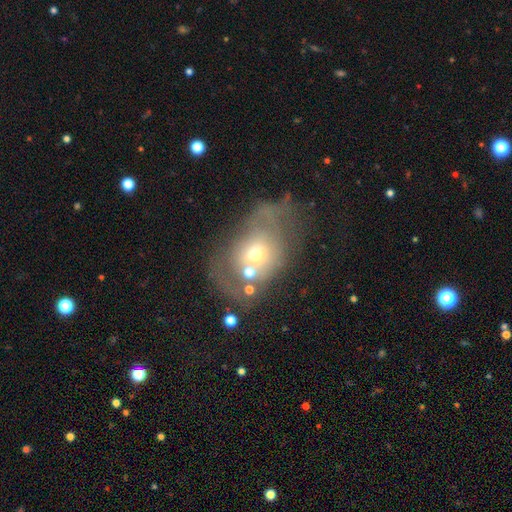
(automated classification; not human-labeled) smooth-or-featured: featured or disk: 45% | smooth: 42% | star or artifact: 13%
  merging: none: 32% | major disturbance: 31% | minor disturbance: 21% | merger: 16%